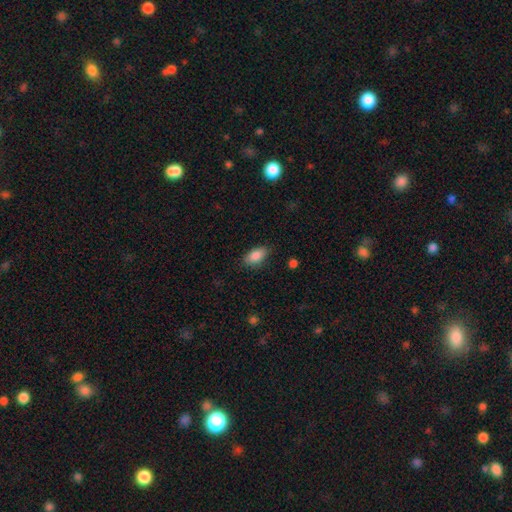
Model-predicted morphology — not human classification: smooth 87%, star or artifact 7%, featured or disk 5%. Down the decision tree: how rounded — in between (91%); merging — none (82%).